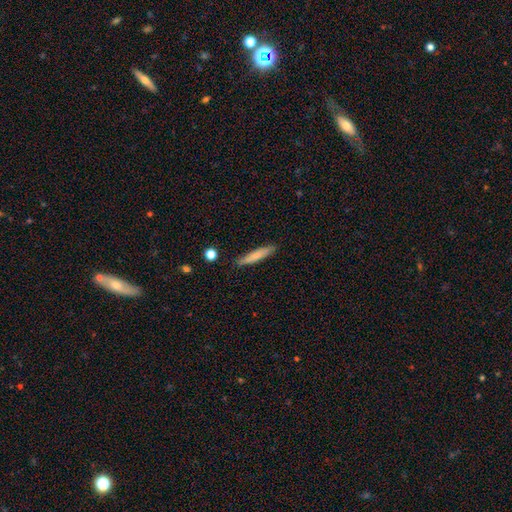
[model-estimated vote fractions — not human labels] The model was most divided on "smooth or featured": smooth: 70%, featured or disk: 24%, star or artifact: 6%. More confident: how rounded — cigar-shaped (89%); merging — none (87%).